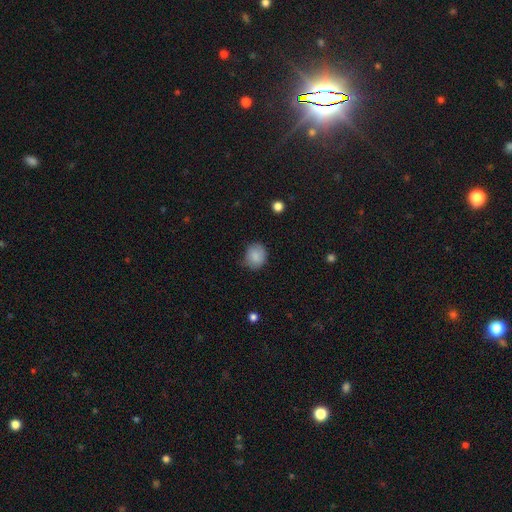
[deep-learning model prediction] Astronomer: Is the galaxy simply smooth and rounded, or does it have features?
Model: smooth — 85%.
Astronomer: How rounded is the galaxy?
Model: round — 66%.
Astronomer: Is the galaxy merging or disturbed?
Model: none — 65%.